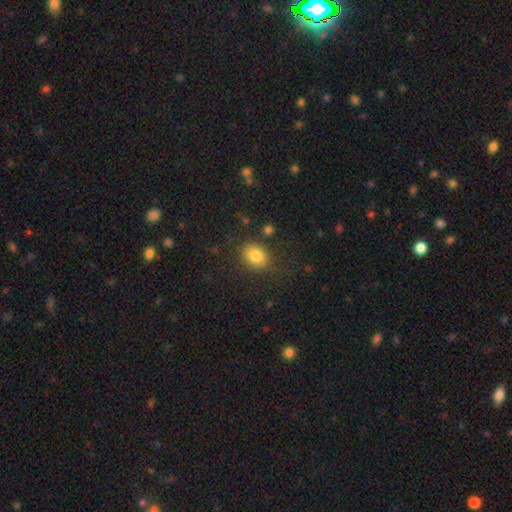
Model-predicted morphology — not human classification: smooth-or-featured: smooth: 82% | star or artifact: 10% | featured or disk: 8%
  how-rounded: in between: 54% | round: 45% | cigar-shaped: 1%
  merging: none: 81% | minor disturbance: 12% | major disturbance: 4% | merger: 3%